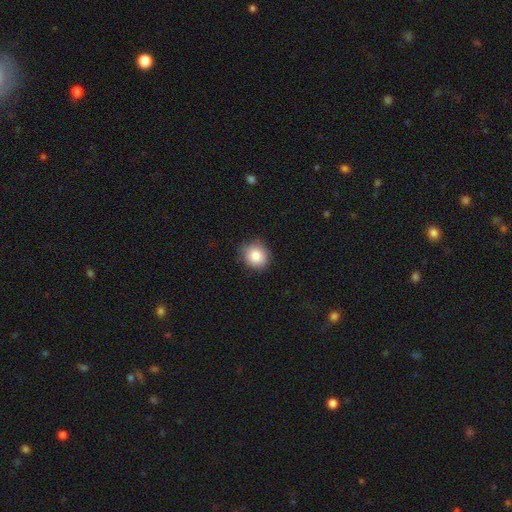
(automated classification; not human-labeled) Smooth or featured?
  - smooth: 85% *
  - star or artifact: 9%
  - featured or disk: 7%
How rounded?
  - round: 81% *
  - in between: 18%
  - cigar-shaped: 1%
Merging?
  - none: 82% *
  - minor disturbance: 14%
  - major disturbance: 3%
  - merger: 1%